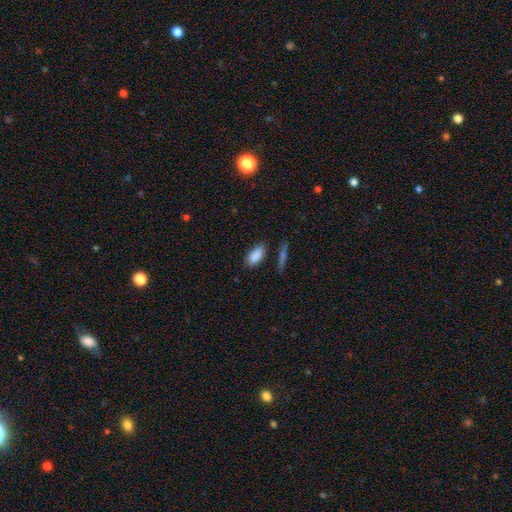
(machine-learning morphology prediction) type=smooth (87%); roundness=in between (85%); merging=none (78%).